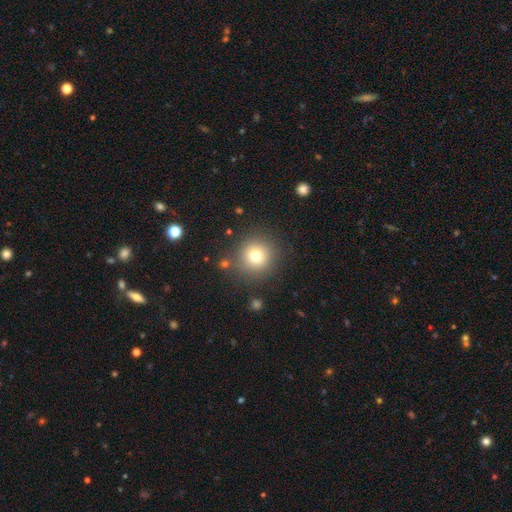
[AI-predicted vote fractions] This is likely a smooth galaxy (76%). How rounded: clearly round (93%). Merging: clearly none (84%).